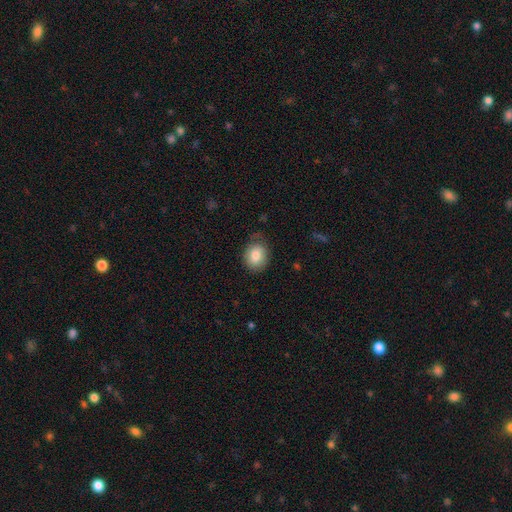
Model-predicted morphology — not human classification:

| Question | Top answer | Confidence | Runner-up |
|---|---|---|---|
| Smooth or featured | smooth | 85% | featured or disk (8%) |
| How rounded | round | 52% | in between (47%) |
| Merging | none | 70% | minor disturbance (23%) |